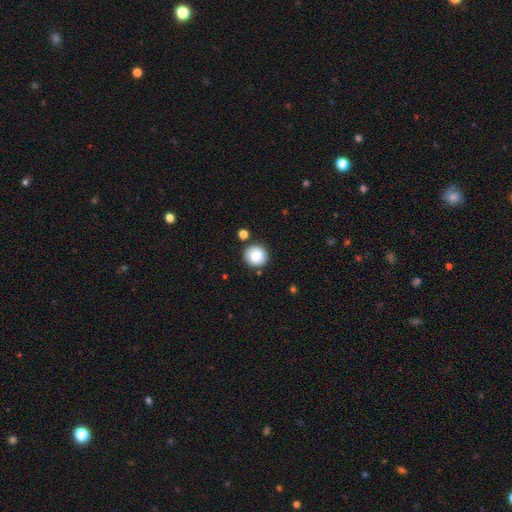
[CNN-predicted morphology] Smooth or featured? Predicted: smooth (p=0.81). How rounded? Predicted: round (p=0.93). Merging? Predicted: none (p=0.87).